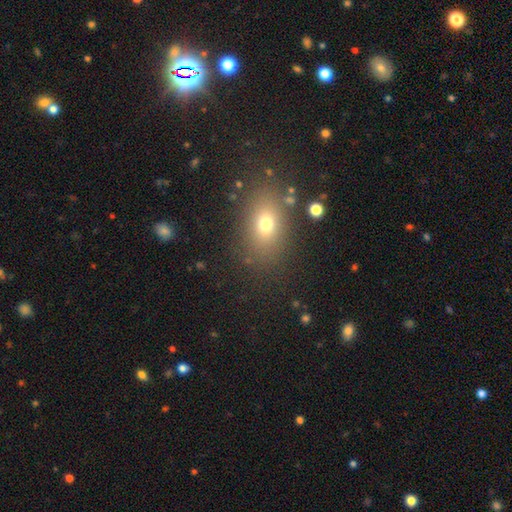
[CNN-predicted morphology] Smooth or featured?
  - smooth: 61% *
  - star or artifact: 26%
  - featured or disk: 13%
How rounded?
  - in between: 70% *
  - round: 28%
  - cigar-shaped: 2%
Merging?
  - none: 84% *
  - minor disturbance: 9%
  - major disturbance: 4%
  - merger: 3%